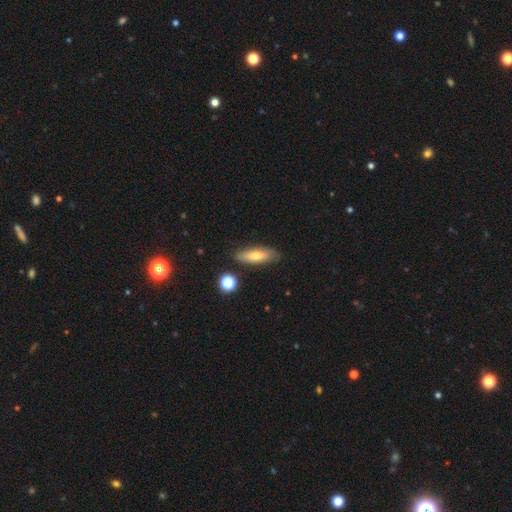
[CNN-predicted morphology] smooth_or_featured: smooth (p=0.65) [alt: featured or disk p=0.27]
how_rounded: cigar-shaped (p=0.49) [alt: in between p=0.48]
merging: none (p=0.84) [alt: minor disturbance p=0.11]